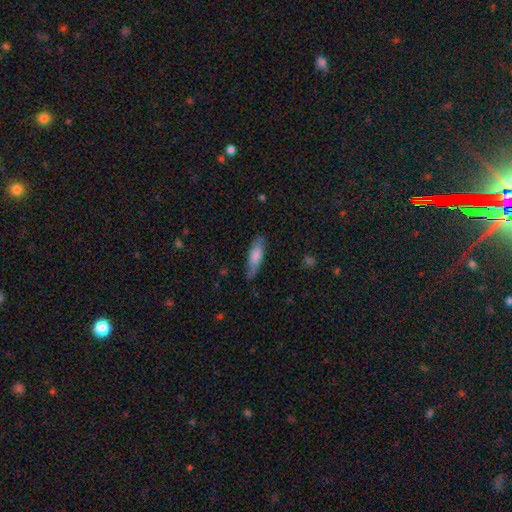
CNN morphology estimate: A smooth galaxy with no disk features (72%) that is in between round and cigar-shaped (50%).

Vote fractions:
- Smooth or featured? smooth: 72% / featured or disk: 22% / star or artifact: 6%
- How rounded? in between: 50% / cigar-shaped: 48% / round: 2%
- Merging? none: 71% / minor disturbance: 23% / major disturbance: 5% / merger: 2%